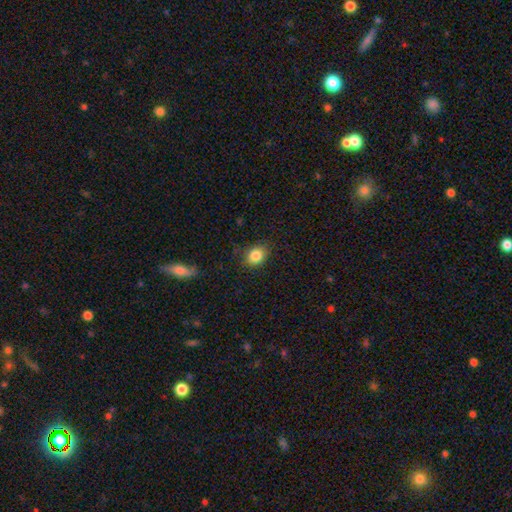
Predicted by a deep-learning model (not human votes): Q: Smooth or featured?
A: smooth (85%); runner-up: star or artifact (10%)
Q: How rounded?
A: in between (50%); runner-up: round (49%)
Q: Merging?
A: none (82%); runner-up: minor disturbance (13%)